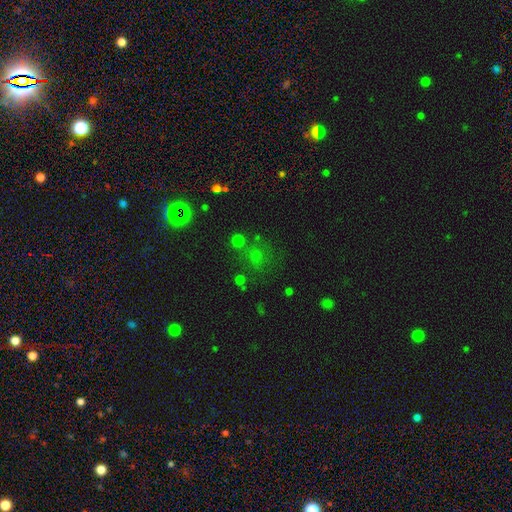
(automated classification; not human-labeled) Smooth or featured: star or artifact — 46% (smooth — 42%)